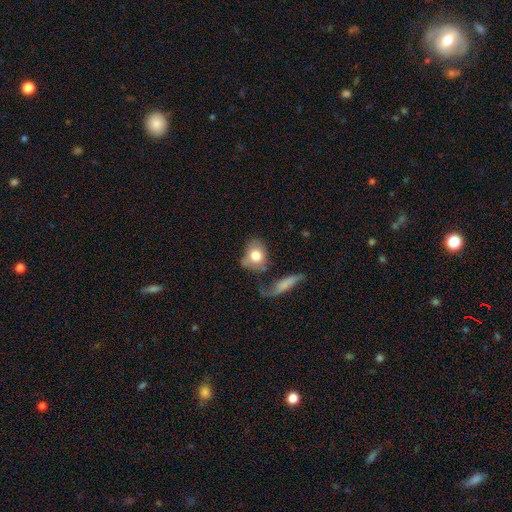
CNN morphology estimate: Overall: smooth (74%). How rounded: in between (57%; round 41%). Merging: none (39%; minor disturbance 25%).